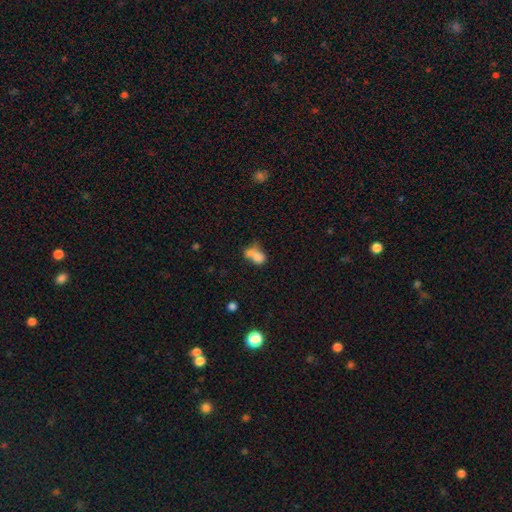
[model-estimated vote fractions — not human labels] smooth_or_featured: smooth (p=0.73) [alt: featured or disk p=0.16]
how_rounded: in between (p=0.73) [alt: round p=0.25]
merging: merger (p=0.57) [alt: none p=0.21]